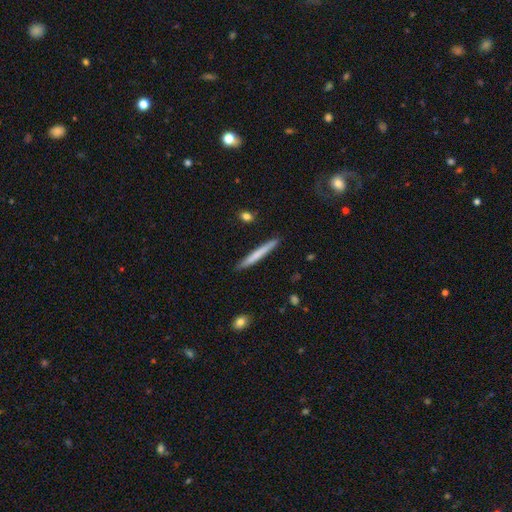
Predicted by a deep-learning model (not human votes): Smooth or featured?
  - smooth: 63% *
  - featured or disk: 32%
  - star or artifact: 6%
How rounded?
  - cigar-shaped: 97% *
  - in between: 2%
  - round: 1%
Merging?
  - none: 91% *
  - minor disturbance: 7%
  - major disturbance: 1%
  - merger: 1%